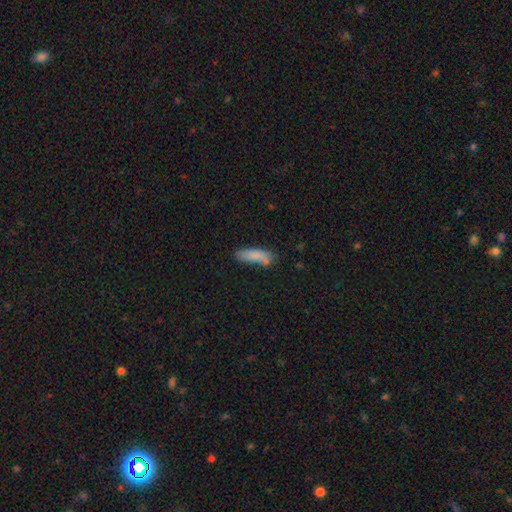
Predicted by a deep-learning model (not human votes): Smooth or featured: smooth — 82% (featured or disk — 10%)
How rounded: cigar-shaped — 53% (in between — 45%)
Merging: none — 64% (minor disturbance — 22%)